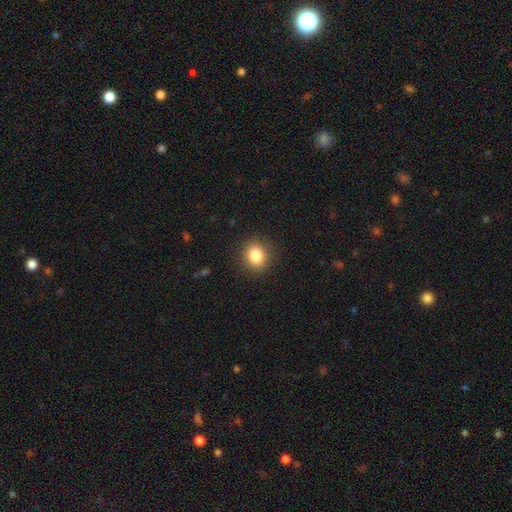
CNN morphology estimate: The model was most divided on "how rounded": round: 73%, in between: 26%, cigar-shaped: 1%. More confident: merging — none (89%); smooth or featured — smooth (84%).